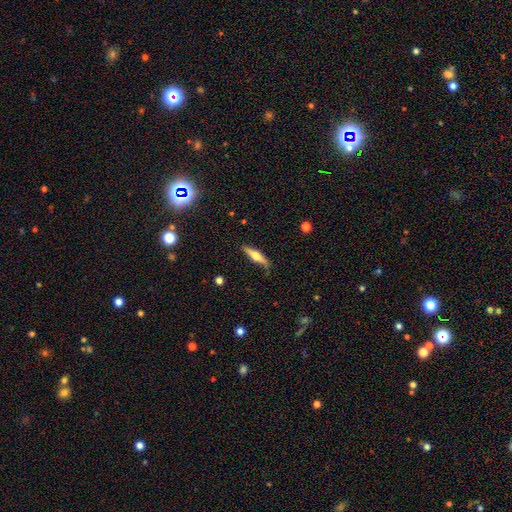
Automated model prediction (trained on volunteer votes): smooth_or_featured: featured or disk (p=0.53) [alt: smooth p=0.41]
disk_edge_on: yes (p=0.92) [alt: no p=0.08]
merging: none (p=0.77) [alt: minor disturbance p=0.18]